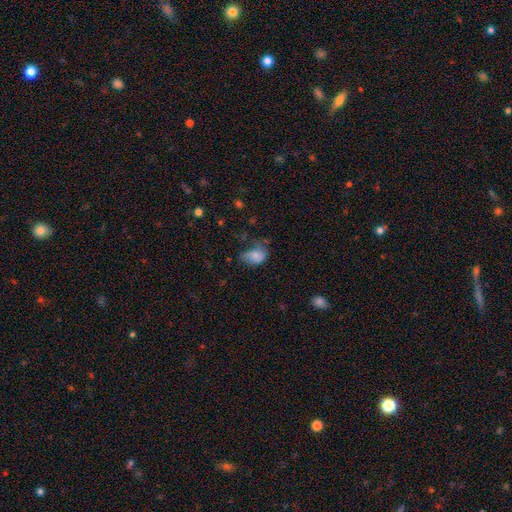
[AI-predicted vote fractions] The model was most divided on "merging" (2-way tie): minor disturbance: 36%, none: 36%, major disturbance: 25%, merger: 4%. More confident: how rounded — in between (80%); smooth or featured — smooth (76%).